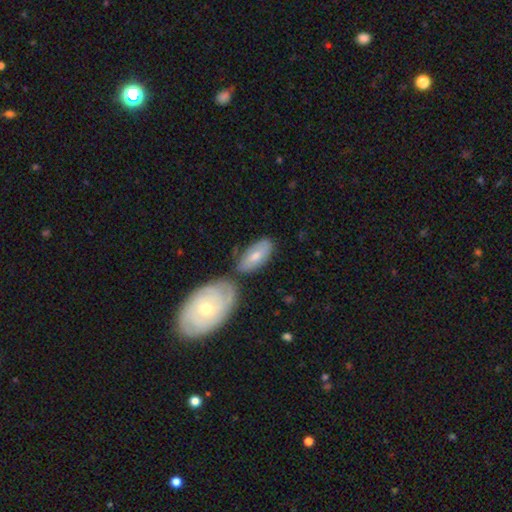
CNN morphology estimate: type=smooth (63%); roundness=in between (87%); merging=none (61%).